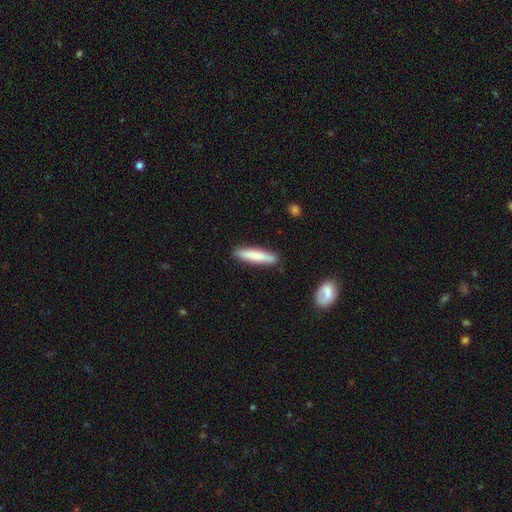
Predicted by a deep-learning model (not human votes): Smooth or featured? smooth (79%)
How rounded? cigar-shaped (86%)
Merging? none (89%)